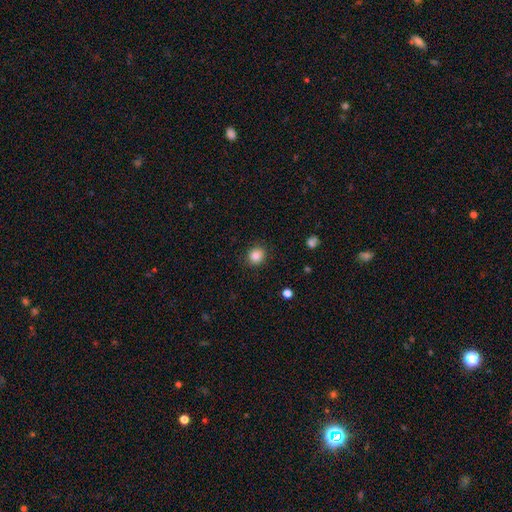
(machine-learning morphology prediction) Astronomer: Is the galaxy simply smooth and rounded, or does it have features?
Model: smooth — 86%.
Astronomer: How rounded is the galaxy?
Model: round — 82%.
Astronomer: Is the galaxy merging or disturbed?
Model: none — 88%.